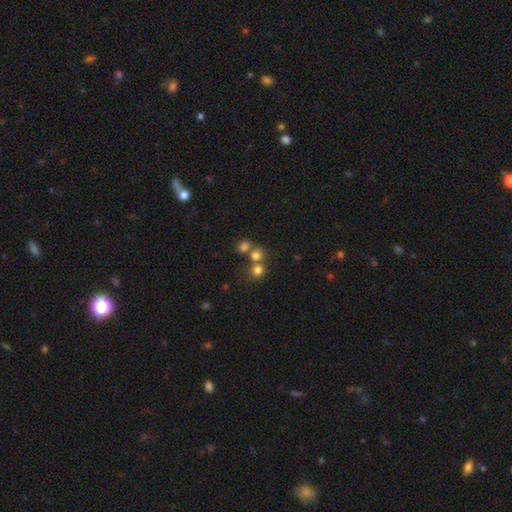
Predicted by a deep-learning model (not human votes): smooth 72%, star or artifact 18%, featured or disk 10%. Down the decision tree: how rounded — round (83%); merging — none (51%).